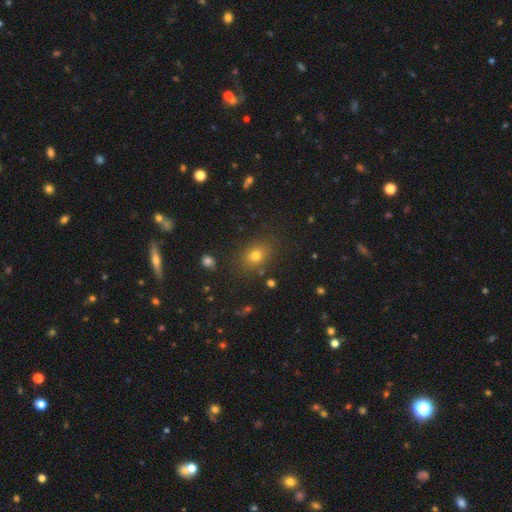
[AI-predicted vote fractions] Smooth or featured?
  - smooth: 71% *
  - star or artifact: 19%
  - featured or disk: 10%
How rounded?
  - in between: 53% *
  - round: 46%
  - cigar-shaped: 1%
Merging?
  - none: 83% *
  - minor disturbance: 10%
  - major disturbance: 3%
  - merger: 3%